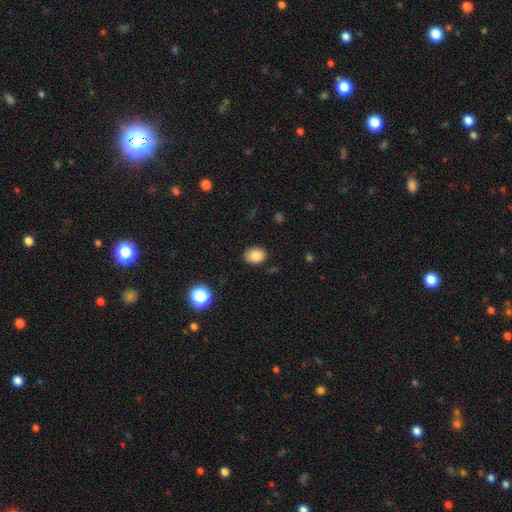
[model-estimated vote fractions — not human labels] Smooth or featured? Predicted: smooth (p=0.85). How rounded? Predicted: in between (p=0.58). Merging? Predicted: none (p=0.85).